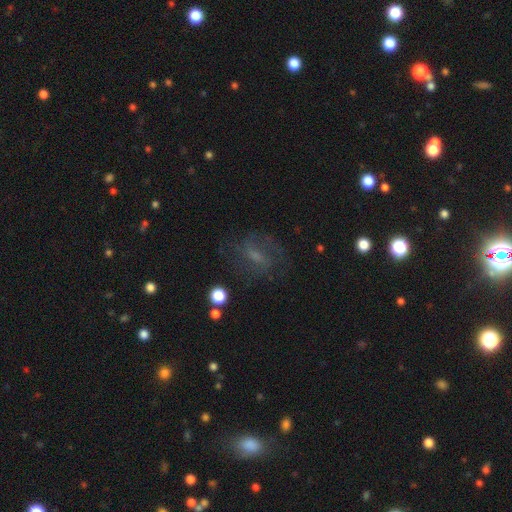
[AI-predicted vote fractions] Overall: featured or disk (49%; smooth 32%). Merging: none (67%).